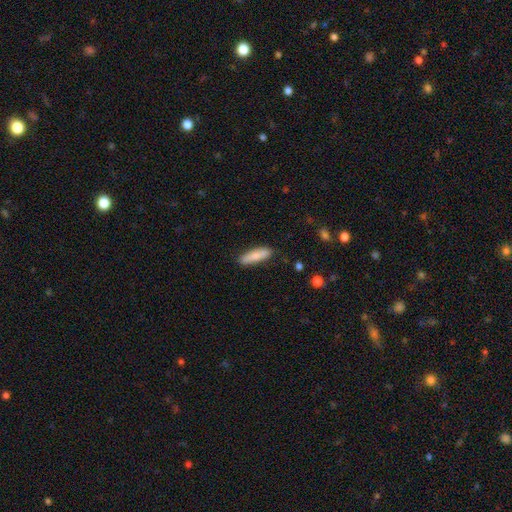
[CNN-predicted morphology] The model was most divided on "how rounded": cigar-shaped: 64%, in between: 34%, round: 2%. More confident: merging — none (85%); smooth or featured — smooth (81%).